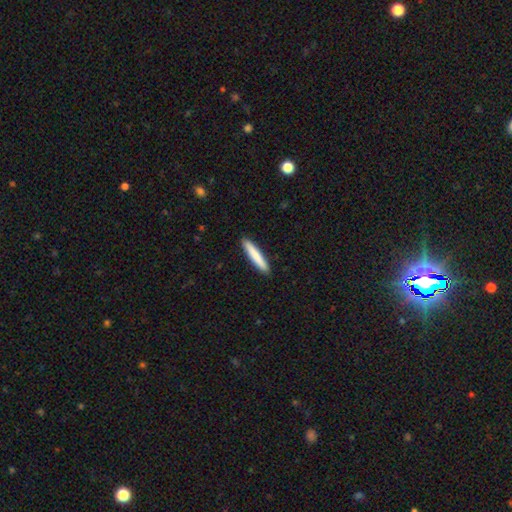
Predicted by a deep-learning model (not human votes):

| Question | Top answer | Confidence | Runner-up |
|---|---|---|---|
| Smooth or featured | smooth | 80% | featured or disk (14%) |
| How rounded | cigar-shaped | 93% | in between (5%) |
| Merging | none | 92% | minor disturbance (6%) |